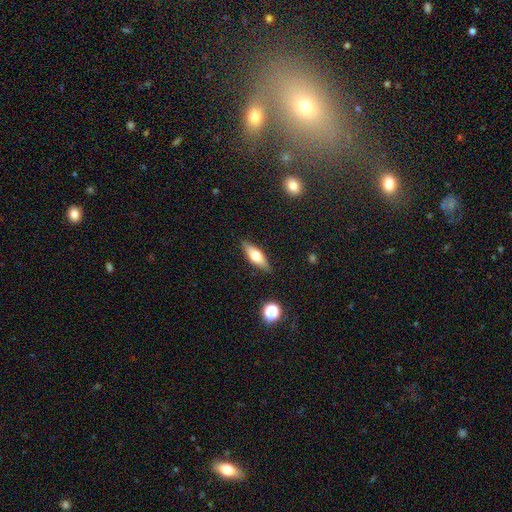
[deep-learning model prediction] Smooth or featured? Predicted: smooth (p=0.57). How rounded? Predicted: in between (p=0.59). Merging? Predicted: none (p=0.86).